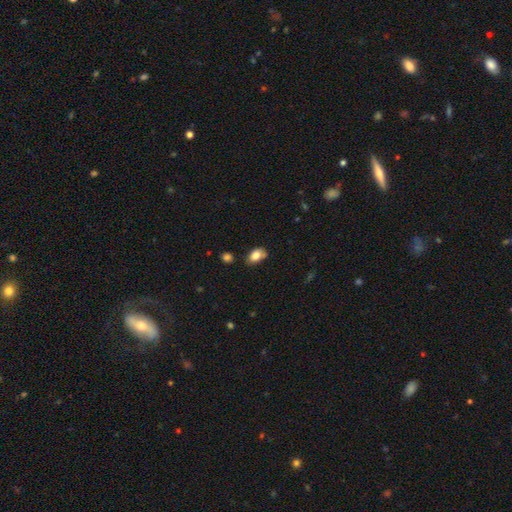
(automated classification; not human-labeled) A smooth galaxy with no disk features (82%) that is in between round and cigar-shaped (86%).

Vote fractions:
- Smooth or featured? smooth: 82% / featured or disk: 10% / star or artifact: 9%
- How rounded? in between: 86% / round: 13% / cigar-shaped: 2%
- Merging? none: 64% / minor disturbance: 25% / merger: 6% / major disturbance: 5%